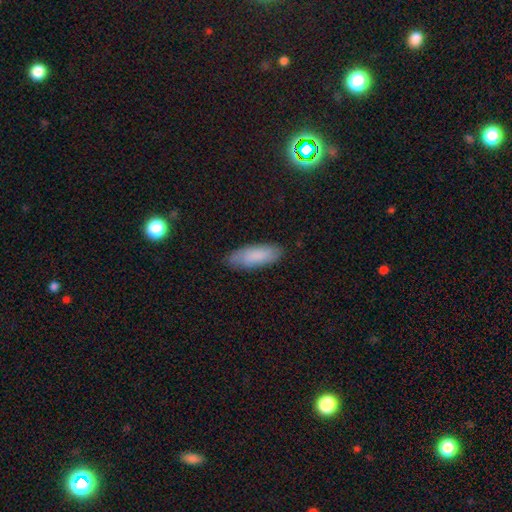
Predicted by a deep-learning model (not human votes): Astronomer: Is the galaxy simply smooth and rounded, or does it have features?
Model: smooth — 82%.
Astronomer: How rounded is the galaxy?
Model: in between — 67%.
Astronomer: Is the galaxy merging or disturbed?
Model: none — 83%.